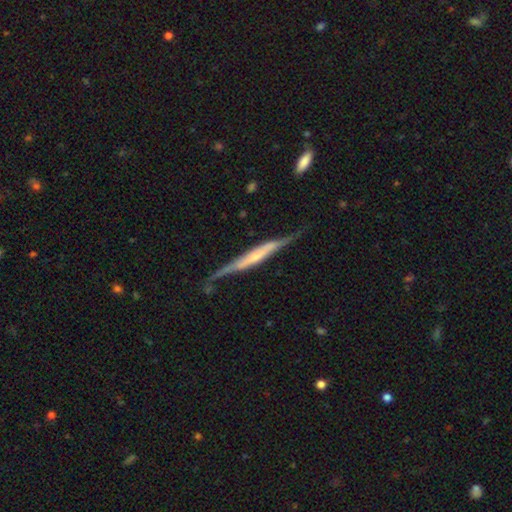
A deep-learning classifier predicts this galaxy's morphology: Q: Smooth or featured?
A: featured or disk (72%); runner-up: smooth (23%)
Q: Edge-on disk?
A: yes (85%); runner-up: no (15%)
Q: Edge-on bulge?
A: none (43%); runner-up: rounded (36%)
Q: Merging?
A: none (57%); runner-up: minor disturbance (28%)